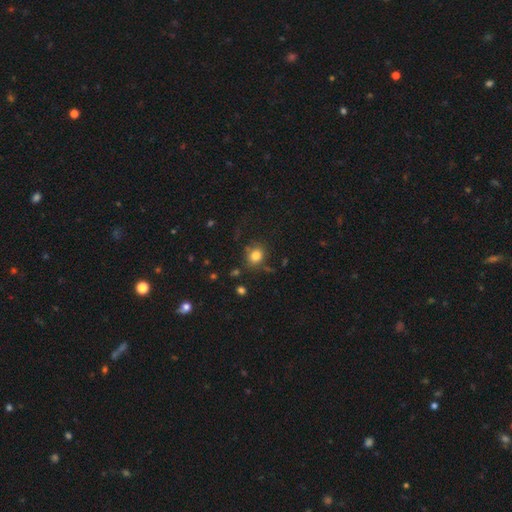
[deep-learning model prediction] Smooth or featured: smooth — 80% (star or artifact — 12%)
How rounded: round — 70% (in between — 29%)
Merging: none — 74% (minor disturbance — 15%)